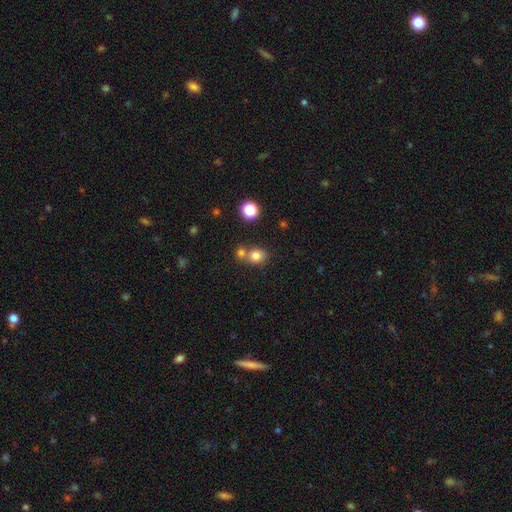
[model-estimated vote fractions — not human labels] Smooth or featured? smooth (79%)
How rounded? round (69%)
Merging? none (57%)